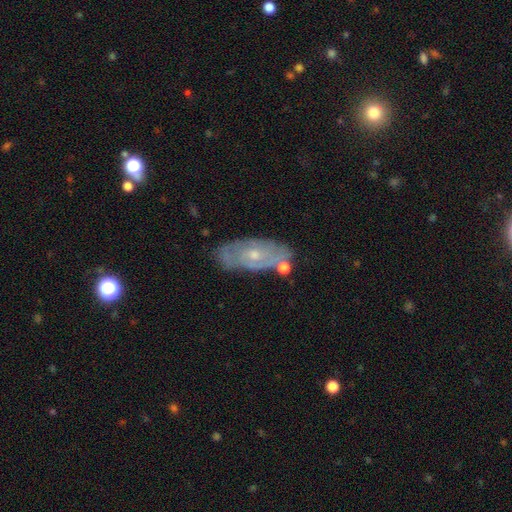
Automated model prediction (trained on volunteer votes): Smooth or featured: featured or disk — 68% (smooth — 24%)
Edge-on disk: no — 88% (yes — 12%)
Bar: no — 74% (weak — 22%)
Spiral arms: yes — 67% (no — 33%)
Bulge size: small — 61% (moderate — 35%)
Merging: none — 71% (minor disturbance — 17%)